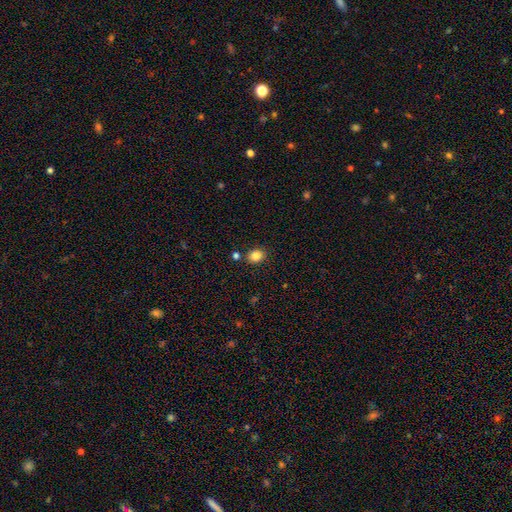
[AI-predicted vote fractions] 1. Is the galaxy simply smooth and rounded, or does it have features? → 85% smooth, 11% star or artifact, 5% featured or disk.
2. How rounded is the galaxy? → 53% round, 46% in between, 1% cigar-shaped.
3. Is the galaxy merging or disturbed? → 81% none, 10% minor disturbance, 6% merger, 3% major disturbance.